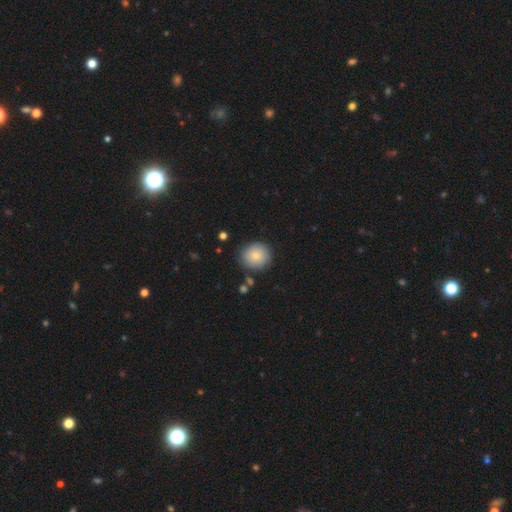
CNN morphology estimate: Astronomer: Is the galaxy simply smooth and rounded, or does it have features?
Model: smooth — 83%.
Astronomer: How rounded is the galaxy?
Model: round — 88%.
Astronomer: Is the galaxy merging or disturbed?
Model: none — 82%.